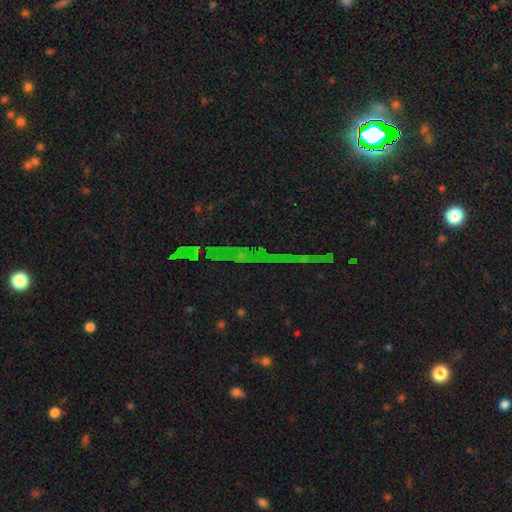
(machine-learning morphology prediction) The model was most divided on "smooth or featured": star or artifact: 78%, featured or disk: 12%, smooth: 10%.